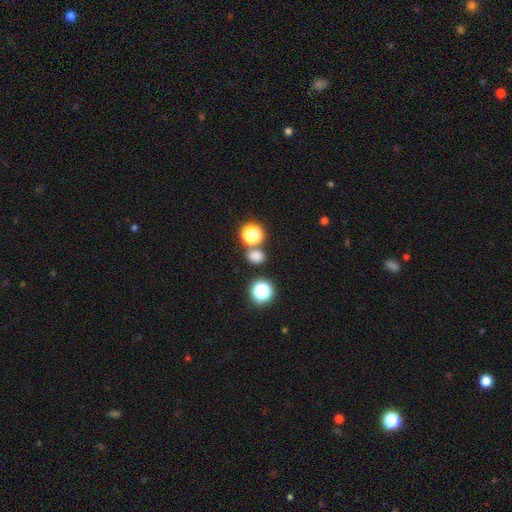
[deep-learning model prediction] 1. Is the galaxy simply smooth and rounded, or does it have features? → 72% smooth, 23% star or artifact, 5% featured or disk.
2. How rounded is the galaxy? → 66% round, 33% in between, 1% cigar-shaped.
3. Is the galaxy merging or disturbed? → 73% none, 16% merger, 8% minor disturbance, 3% major disturbance.